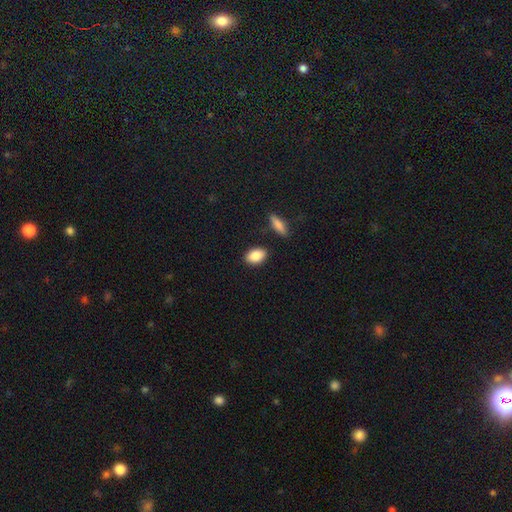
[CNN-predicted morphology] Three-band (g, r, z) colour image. It shows a smooth galaxy with no disk features (87%) that is in between round and cigar-shaped (87%). Merging: none (86%).